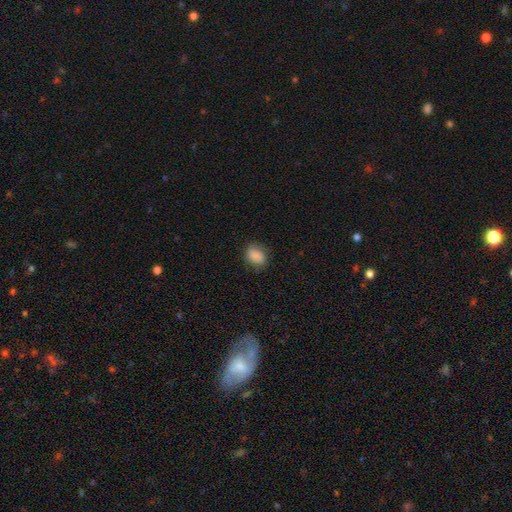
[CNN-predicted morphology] Smooth or featured? Predicted: smooth (p=0.85). How rounded? Predicted: in between (p=0.71). Merging? Predicted: none (p=0.74).